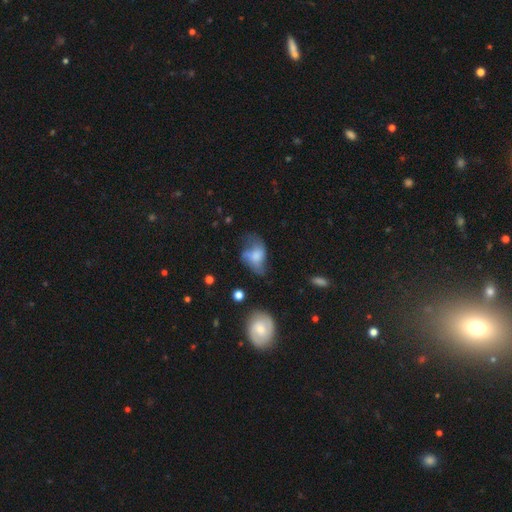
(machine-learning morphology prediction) Q: Smooth or featured?
A: smooth (49%); runner-up: featured or disk (40%)
Q: Merging?
A: major disturbance (36%); runner-up: none (31%)